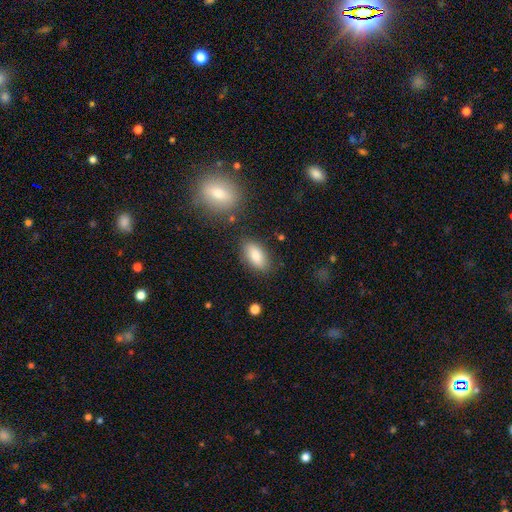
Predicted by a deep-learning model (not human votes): Overall: smooth (83%). How rounded: in between (90%). Merging: none (81%).